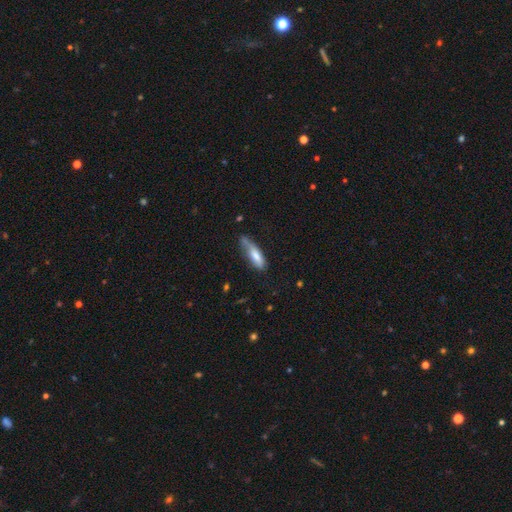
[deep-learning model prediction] Smooth or featured: smooth — 69% (featured or disk — 25%)
How rounded: cigar-shaped — 52% (in between — 46%)
Merging: none — 42% (minor disturbance — 37%)